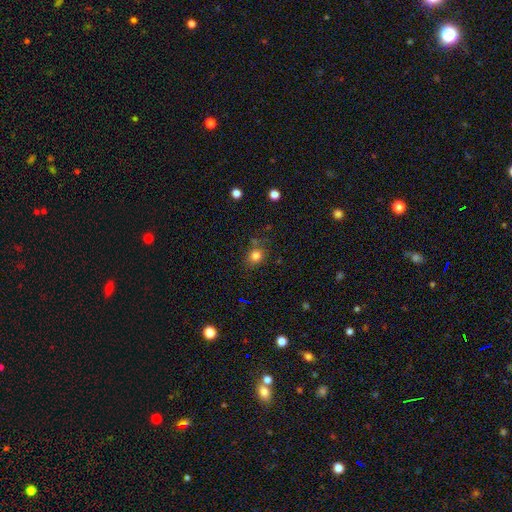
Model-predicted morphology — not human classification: Q: Smooth or featured?
A: smooth (79%); runner-up: star or artifact (14%)
Q: How rounded?
A: round (67%); runner-up: in between (31%)
Q: Merging?
A: none (71%); runner-up: minor disturbance (17%)